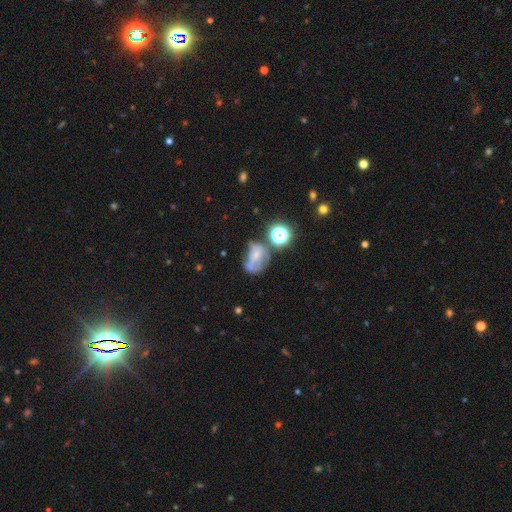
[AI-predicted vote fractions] Smooth or featured?
  - featured or disk: 42% *
  - smooth: 36%
  - star or artifact: 22%
Merging?
  - major disturbance: 30% *
  - none: 28%
  - minor disturbance: 22%
  - merger: 20%